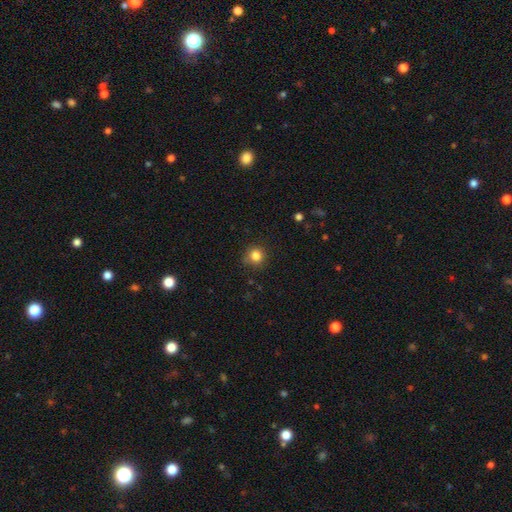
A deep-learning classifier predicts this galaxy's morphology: smooth 83%, star or artifact 12%, featured or disk 5%. Down the decision tree: how rounded — round (91%); merging — none (83%).